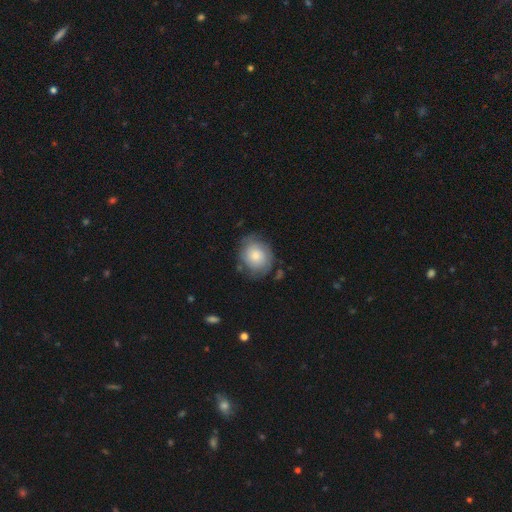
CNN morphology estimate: Smooth or featured?
  - smooth: 62% *
  - featured or disk: 30%
  - star or artifact: 7%
How rounded?
  - round: 70% *
  - in between: 29%
  - cigar-shaped: 1%
Merging?
  - none: 69% *
  - minor disturbance: 21%
  - major disturbance: 7%
  - merger: 2%